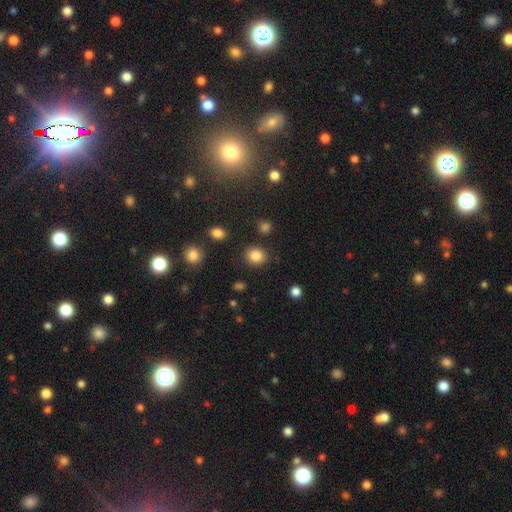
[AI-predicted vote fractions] Smooth or featured?
  - smooth: 85% *
  - star or artifact: 10%
  - featured or disk: 5%
How rounded?
  - round: 73% *
  - in between: 26%
  - cigar-shaped: 1%
Merging?
  - none: 86% *
  - minor disturbance: 8%
  - major disturbance: 3%
  - merger: 3%